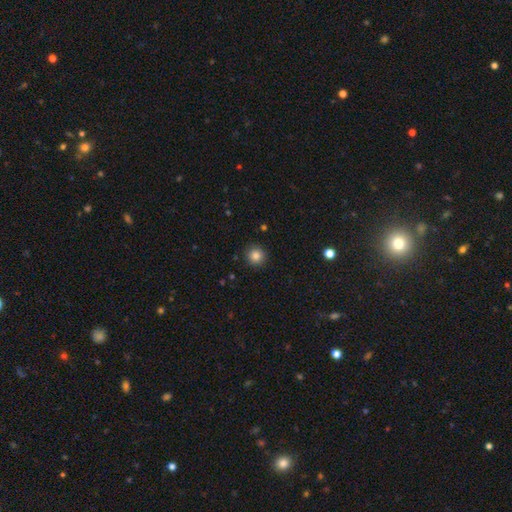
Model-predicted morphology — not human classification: smooth 84%, star or artifact 11%, featured or disk 5%. Down the decision tree: how rounded — round (95%); merging — none (91%).